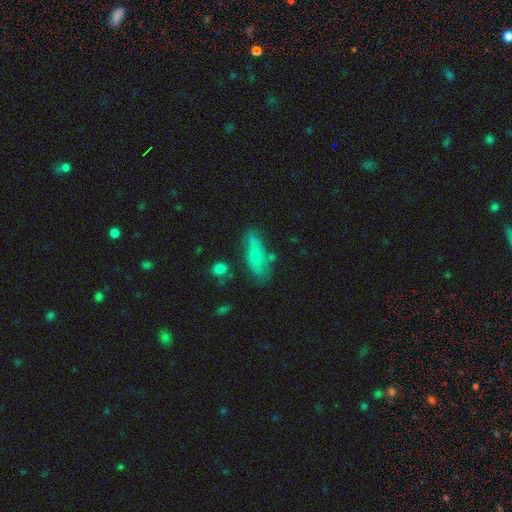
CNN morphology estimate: Smooth or featured?
  - smooth: 62% *
  - featured or disk: 30%
  - star or artifact: 8%
How rounded?
  - in between: 62% *
  - cigar-shaped: 34%
  - round: 3%
Merging?
  - none: 64% *
  - minor disturbance: 22%
  - merger: 7%
  - major disturbance: 7%